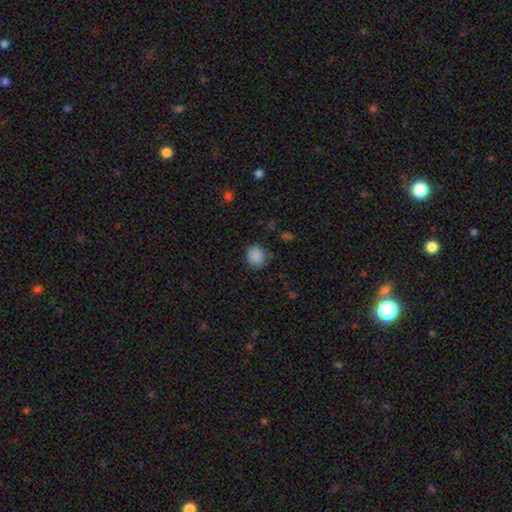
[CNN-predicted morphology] smooth 88%, star or artifact 9%, featured or disk 3%. Down the decision tree: how rounded — round (76%); merging — none (81%).